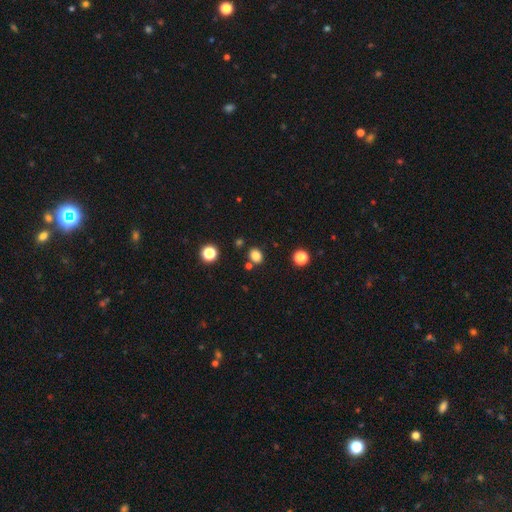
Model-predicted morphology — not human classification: smooth 82%, star or artifact 13%, featured or disk 5%. Down the decision tree: how rounded — round (52%); merging — none (80%).